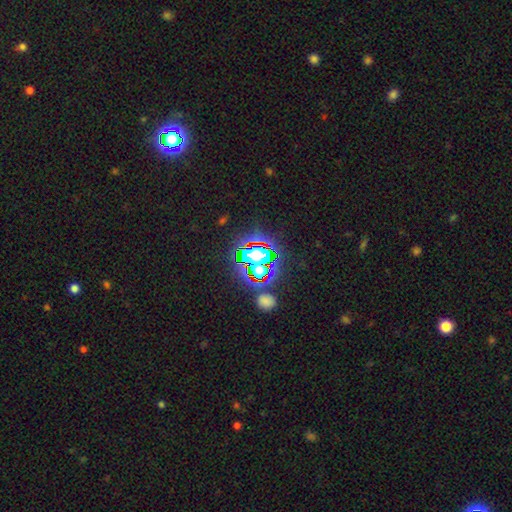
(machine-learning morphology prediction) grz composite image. It shows a star or artifact, not a galaxy (68%).